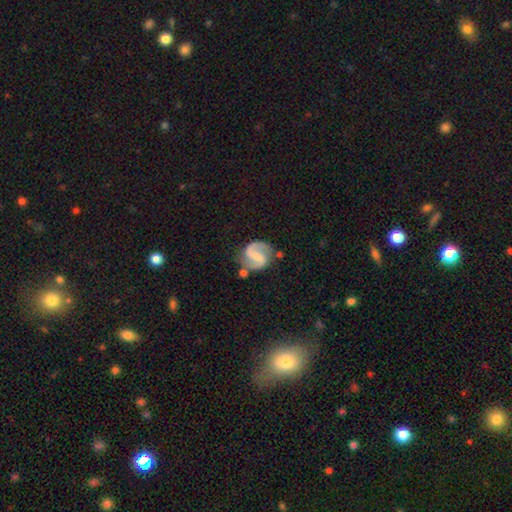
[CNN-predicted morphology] Smooth or featured? Predicted: featured or disk (p=0.89). Edge-on disk? Predicted: no (p=0.98). Bar? Predicted: weak (p=0.42). Spiral arms? Predicted: yes (p=0.97). Spiral winding? Predicted: medium (p=0.56). Spiral arm count? Predicted: 2 (p=0.94). Bulge size? Predicted: small (p=0.53). Merging? Predicted: none (p=0.74).